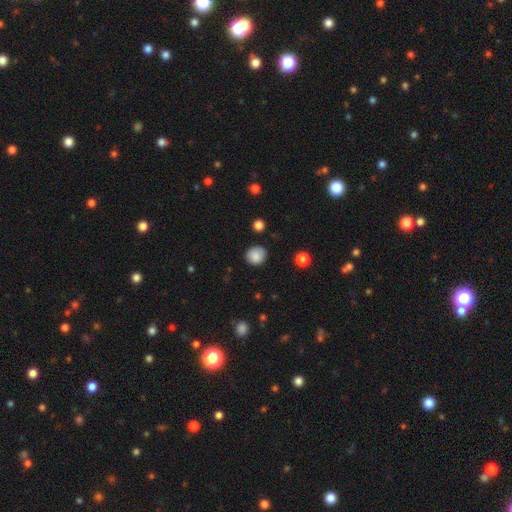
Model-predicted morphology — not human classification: type=smooth (86%); roundness=round (85%); merging=none (85%).